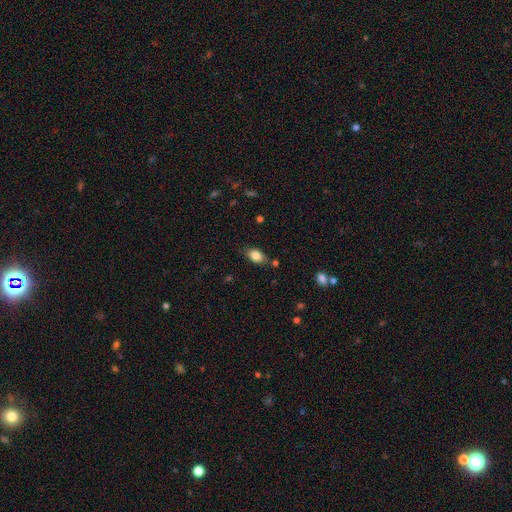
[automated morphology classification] Smooth or featured?
  - smooth: 84% *
  - star or artifact: 8%
  - featured or disk: 8%
How rounded?
  - in between: 86% *
  - round: 11%
  - cigar-shaped: 3%
Merging?
  - none: 78% *
  - minor disturbance: 15%
  - merger: 4%
  - major disturbance: 3%